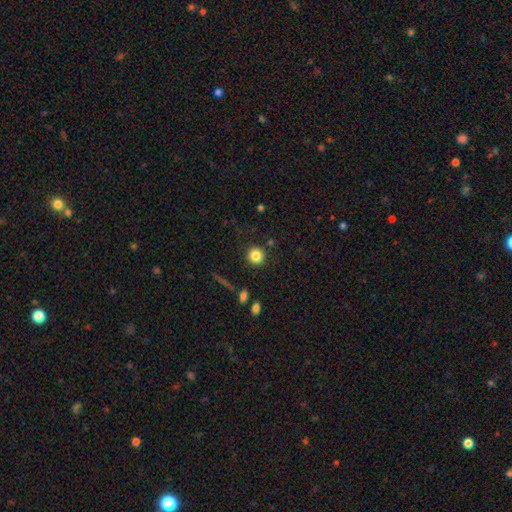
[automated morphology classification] A smooth galaxy with no disk features (83%) that is round (93%).

Vote fractions:
- Smooth or featured? smooth: 83% / star or artifact: 11% / featured or disk: 6%
- How rounded? round: 93% / in between: 6% / cigar-shaped: 1%
- Merging? none: 88% / minor disturbance: 7% / merger: 3% / major disturbance: 3%